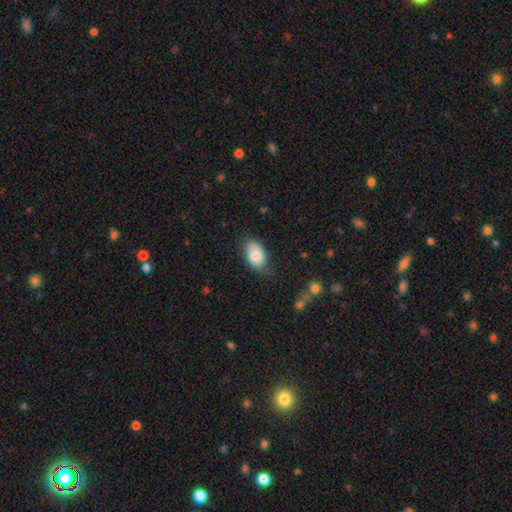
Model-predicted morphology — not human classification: Smooth or featured?
  - smooth: 83% *
  - featured or disk: 10%
  - star or artifact: 7%
How rounded?
  - in between: 91% *
  - round: 7%
  - cigar-shaped: 2%
Merging?
  - none: 69% *
  - minor disturbance: 24%
  - major disturbance: 5%
  - merger: 2%